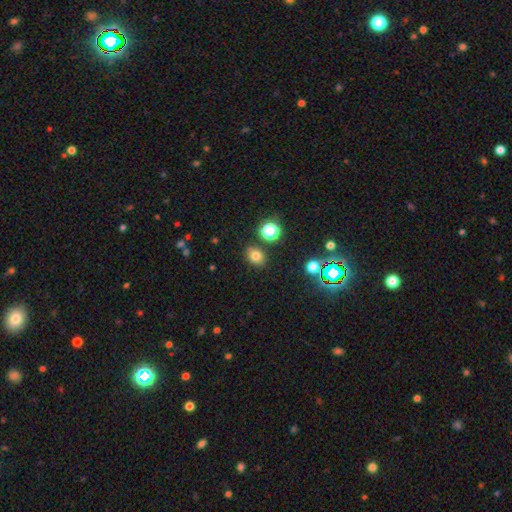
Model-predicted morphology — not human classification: A smooth galaxy with no disk features (75%) that is round (50%).

Vote fractions:
- Smooth or featured? smooth: 75% / star or artifact: 17% / featured or disk: 8%
- How rounded? round: 50% / in between: 49% / cigar-shaped: 1%
- Merging? none: 83% / minor disturbance: 10% / merger: 4% / major disturbance: 3%